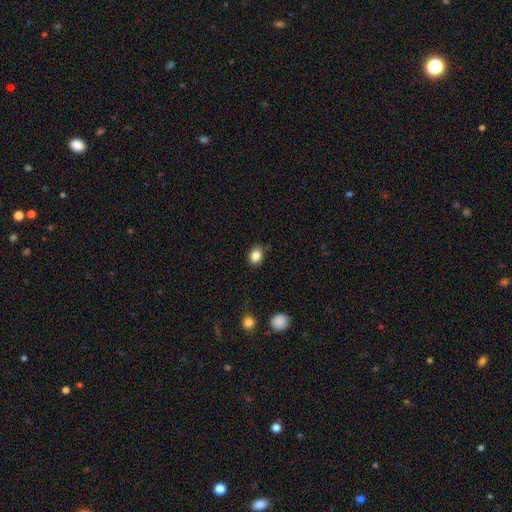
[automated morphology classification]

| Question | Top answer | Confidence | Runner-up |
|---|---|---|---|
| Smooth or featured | smooth | 85% | star or artifact (10%) |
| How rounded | round | 51% | in between (48%) |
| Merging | none | 82% | minor disturbance (14%) |